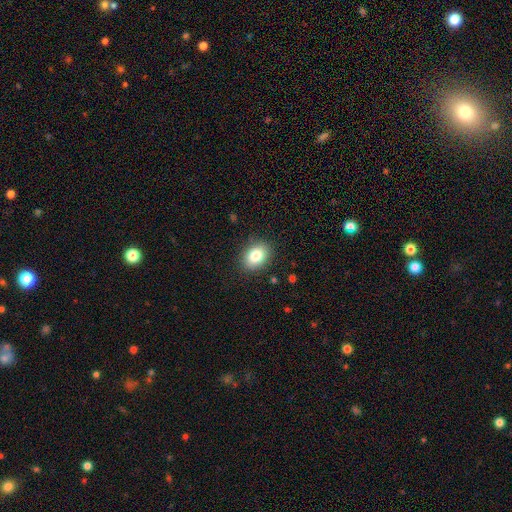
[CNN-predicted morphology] A smooth galaxy with no disk features (83%) that is in between round and cigar-shaped (74%). Merging: none (87%).